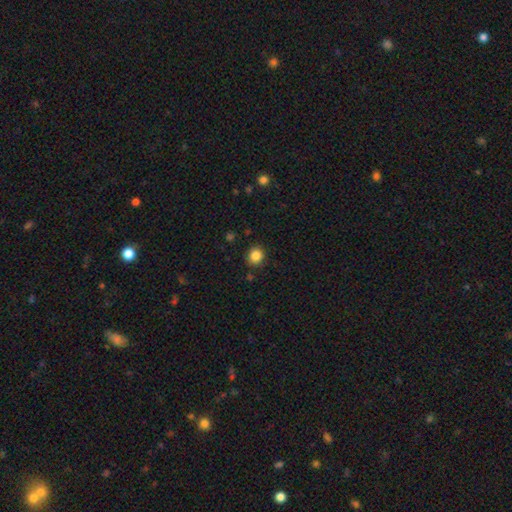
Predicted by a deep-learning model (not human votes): A smooth galaxy with no disk features (85%) that is round (83%). Merging: none (88%).